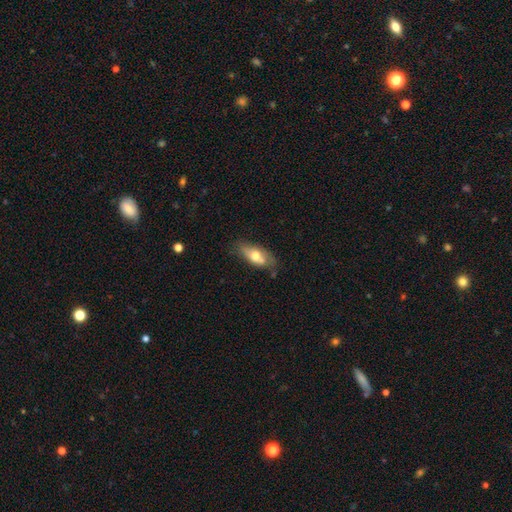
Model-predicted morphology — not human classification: smooth_or_featured: smooth (p=0.62) [alt: featured or disk p=0.31]
how_rounded: in between (p=0.81) [alt: cigar-shaped p=0.15]
merging: none (p=0.63) [alt: minor disturbance p=0.25]